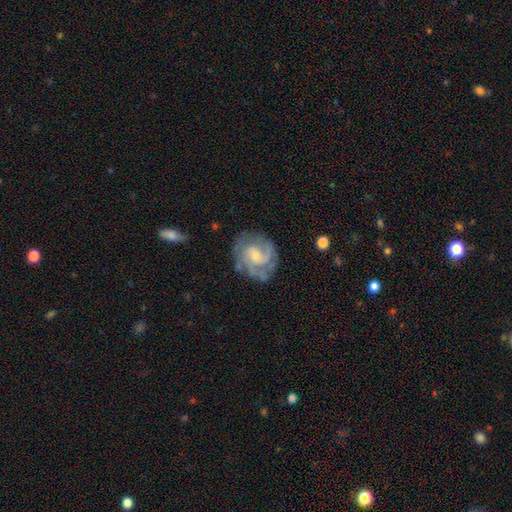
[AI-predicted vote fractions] smooth_or_featured: featured or disk (p=0.83) [alt: smooth p=0.11]
disk_edge_on: no (p=0.98) [alt: yes p=0.02]
bar: no (p=0.56) [alt: weak p=0.38]
has_spiral_arms: yes (p=0.95) [alt: no p=0.05]
spiral_winding: tight (p=0.55) [alt: medium p=0.37]
spiral_arm_count: 2 (p=0.31) [alt: 3 p=0.29]
bulge_size: small (p=0.54) [alt: moderate p=0.39]
merging: none (p=0.74) [alt: minor disturbance p=0.18]